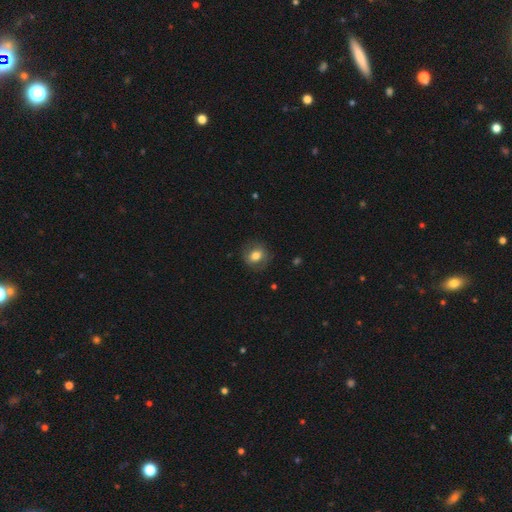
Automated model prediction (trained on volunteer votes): Overall: smooth (70%). How rounded: round (73%). Merging: none (80%).